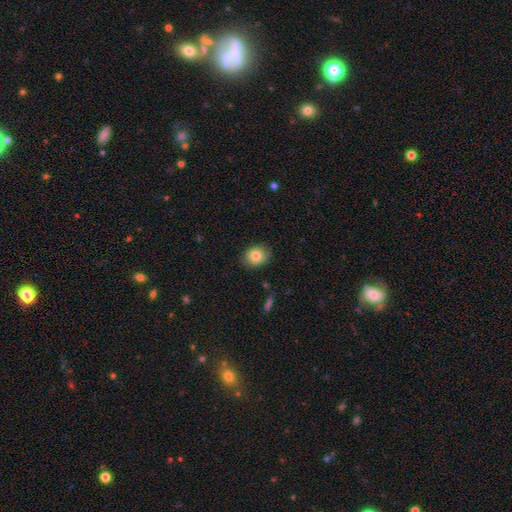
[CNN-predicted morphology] Overall: smooth (81%). How rounded: round (54%; in between 45%). Merging: none (85%).